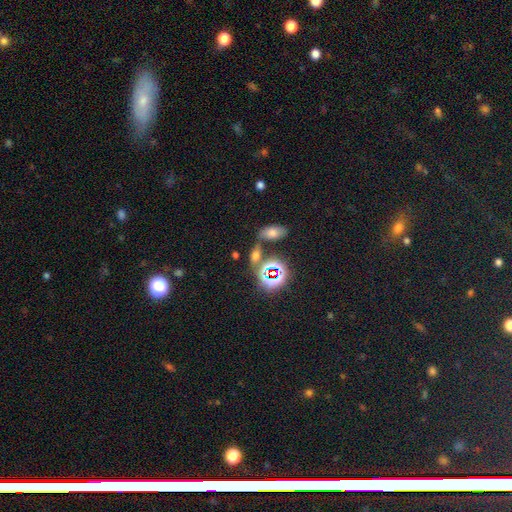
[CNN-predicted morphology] Smooth or featured? Predicted: smooth (p=0.50). Merging? Predicted: none (p=0.62).